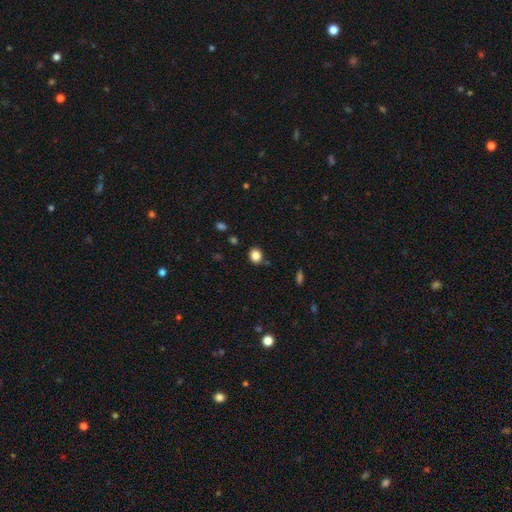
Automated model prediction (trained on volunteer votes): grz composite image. It shows a smooth galaxy with no disk features (84%) that is round (65%). Merging: none (82%).